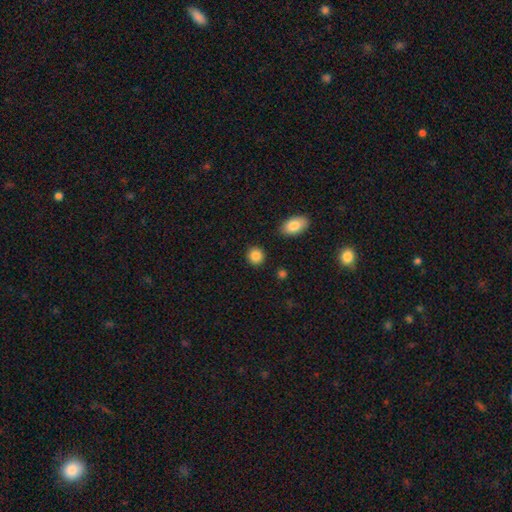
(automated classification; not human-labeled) Morphology: type=smooth (87%); roundness=round (85%); merging=none (89%).